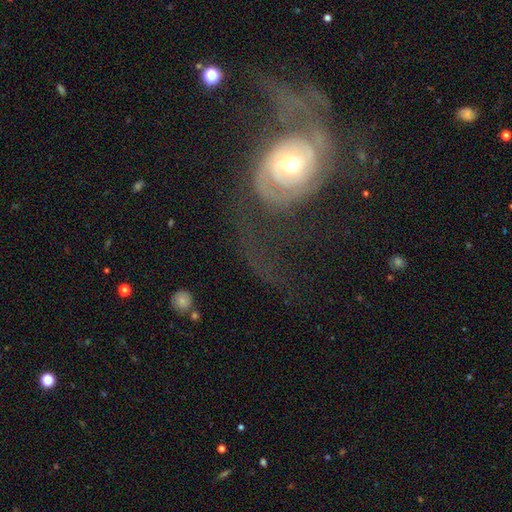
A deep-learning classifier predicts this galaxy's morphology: type=featured or disk (77%); edge-on=no (96%); bar=no (62%); spiral arms=yes (82%); winding=loose (54%); arm count=2 (79%); bulge=moderate (54%); merging=none (43%).